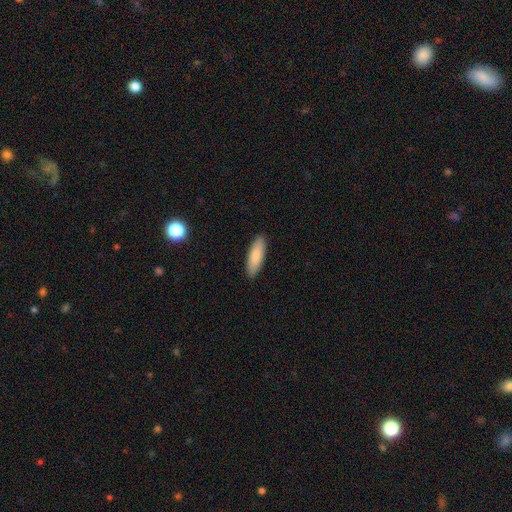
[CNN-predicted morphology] Overall: smooth (87%). How rounded: in between (58%; cigar-shaped 41%). Merging: none (90%).